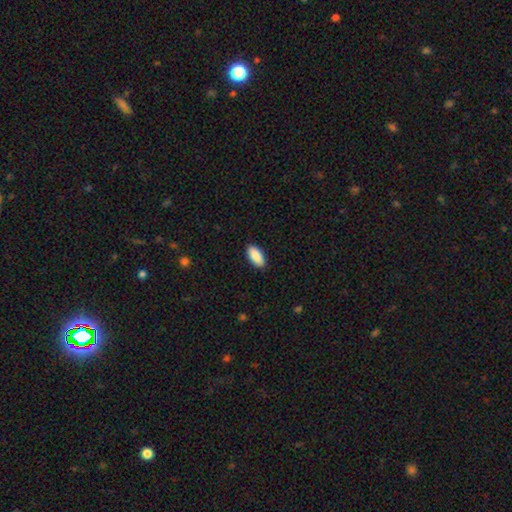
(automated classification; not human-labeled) smooth-or-featured: smooth: 90% | star or artifact: 6% | featured or disk: 5%
  how-rounded: in between: 89% | cigar-shaped: 9% | round: 2%
  merging: none: 89% | minor disturbance: 8% | major disturbance: 2% | merger: 1%